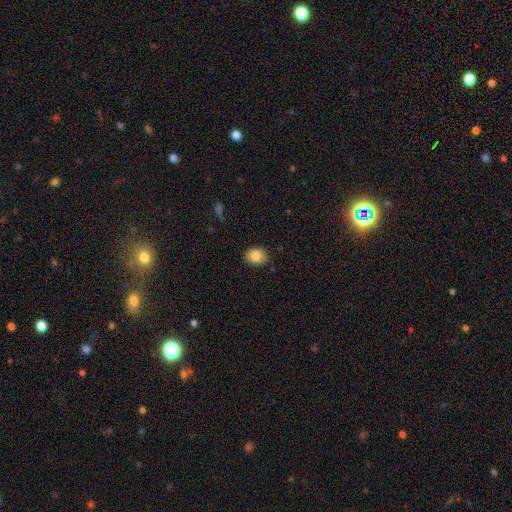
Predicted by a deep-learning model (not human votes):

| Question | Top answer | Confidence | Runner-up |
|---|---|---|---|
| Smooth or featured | smooth | 84% | star or artifact (9%) |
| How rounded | round | 54% | in between (45%) |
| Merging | none | 89% | minor disturbance (8%) |